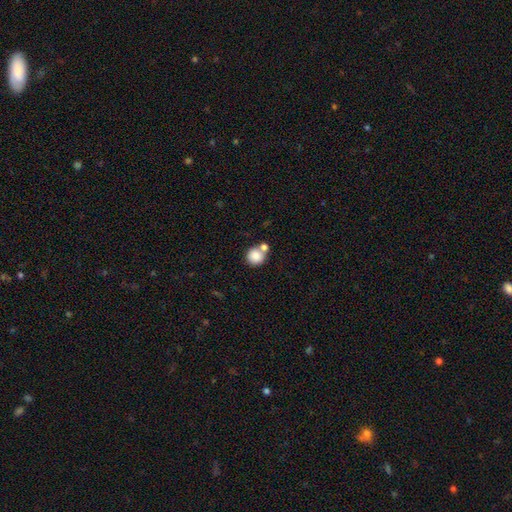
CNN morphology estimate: Smooth or featured: smooth — 84% (star or artifact — 9%)
How rounded: round — 90% (in between — 9%)
Merging: none — 55% (merger — 32%)